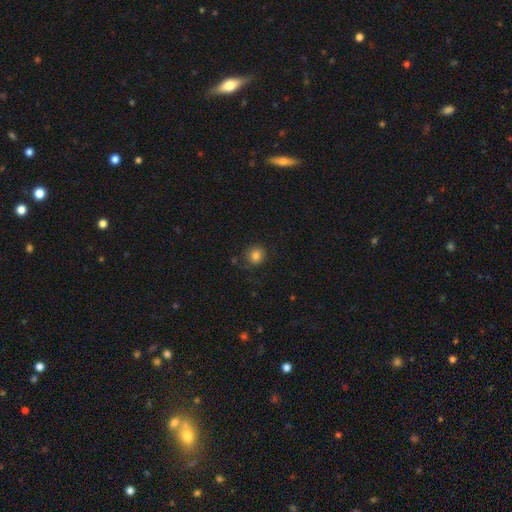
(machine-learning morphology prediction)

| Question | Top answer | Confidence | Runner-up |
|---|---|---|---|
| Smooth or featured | smooth | 83% | star or artifact (11%) |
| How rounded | round | 84% | in between (15%) |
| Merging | none | 79% | minor disturbance (15%) |